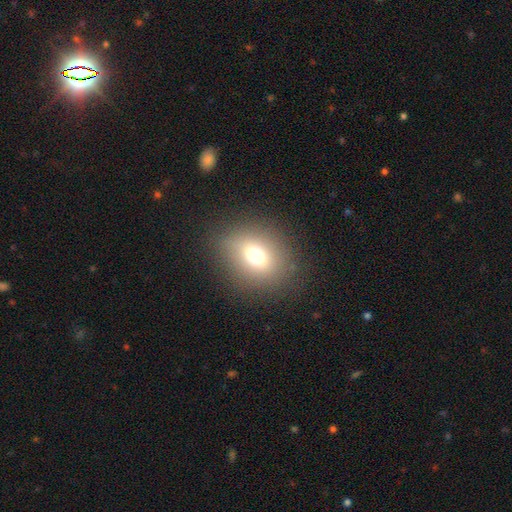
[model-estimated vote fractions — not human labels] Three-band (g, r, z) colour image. It shows a smooth galaxy with no disk features (69%) that is round (60%). Merging: none (85%).